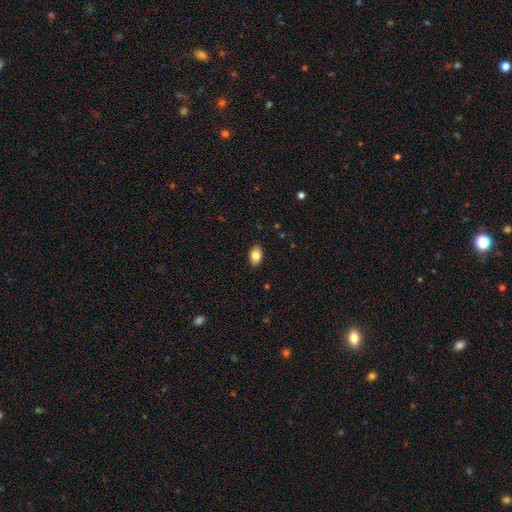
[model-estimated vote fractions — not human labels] A smooth galaxy with no disk features (82%) that is in between round and cigar-shaped (91%).

Vote fractions:
- Smooth or featured? smooth: 82% / featured or disk: 10% / star or artifact: 8%
- How rounded? in between: 91% / round: 7% / cigar-shaped: 2%
- Merging? none: 89% / minor disturbance: 9% / major disturbance: 2% / merger: 1%